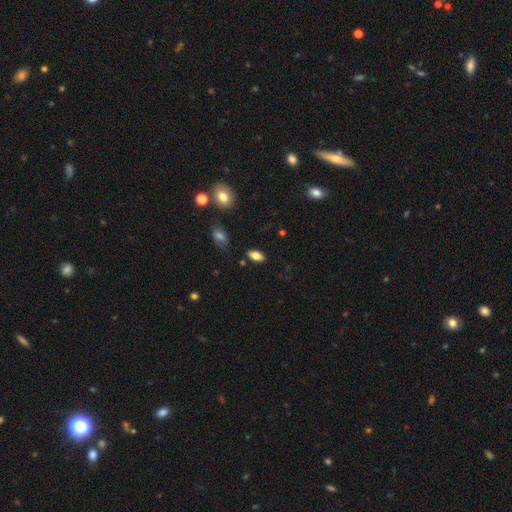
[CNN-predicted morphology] Q: Smooth or featured?
A: smooth (79%); runner-up: featured or disk (13%)
Q: How rounded?
A: in between (89%); runner-up: cigar-shaped (7%)
Q: Merging?
A: none (86%); runner-up: minor disturbance (10%)